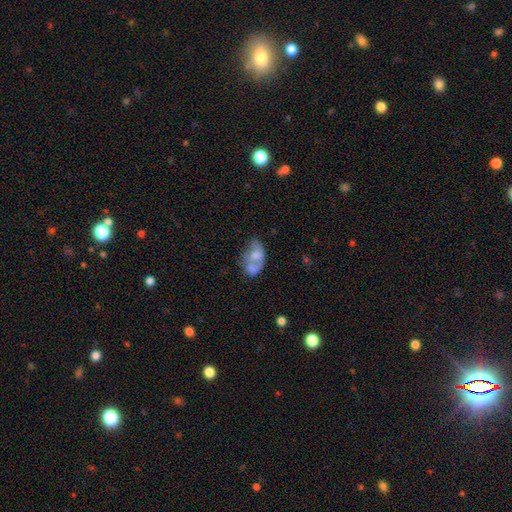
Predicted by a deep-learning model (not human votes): Overall: smooth (54%; featured or disk 37%). How rounded: in between (85%). Merging: merger (44%; none 21%).